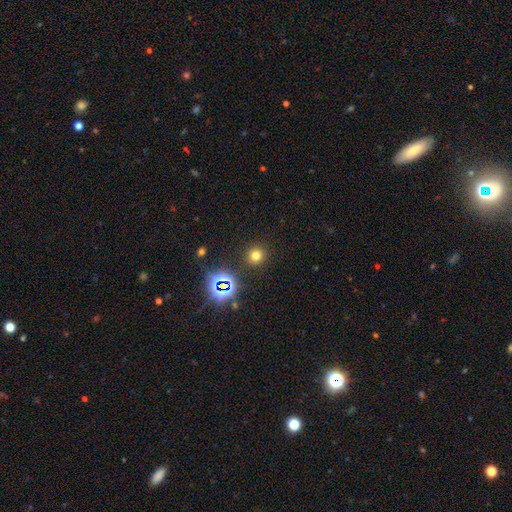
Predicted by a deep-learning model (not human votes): Overall: smooth (70%). How rounded: round (92%). Merging: none (90%).